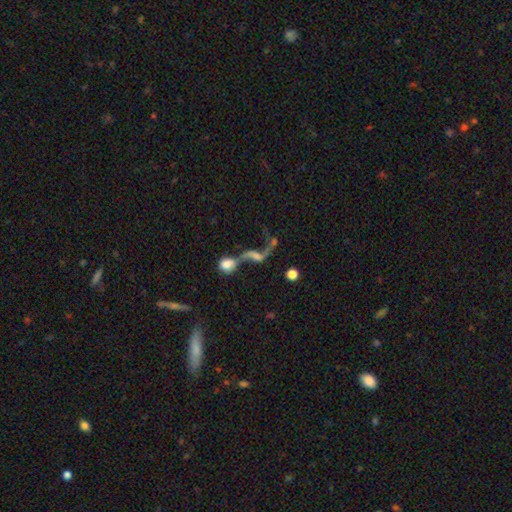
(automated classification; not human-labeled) A featured or disk galaxy (67%) with no bar (52%), spiral arms (80%) and no central bulge (33%). Merging: merger (52%).